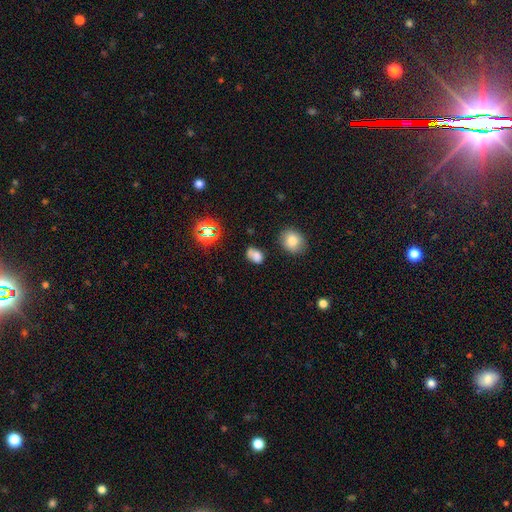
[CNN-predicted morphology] smooth 72%, star or artifact 18%, featured or disk 10%. Down the decision tree: how rounded — in between (70%); merging — none (52%).